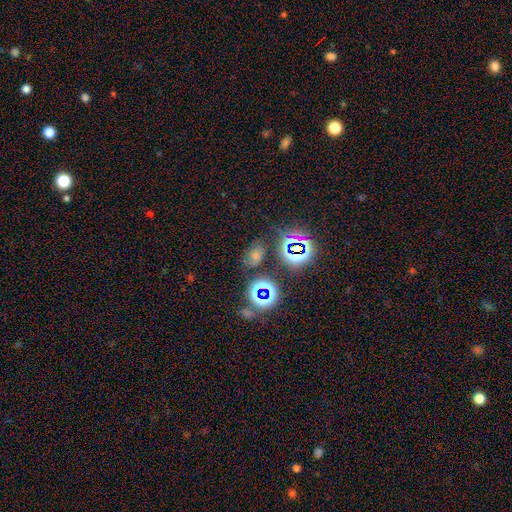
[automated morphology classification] The model was most divided on "smooth or featured": smooth: 47%, star or artifact: 42%, featured or disk: 11%. More confident: merging — none (68%).